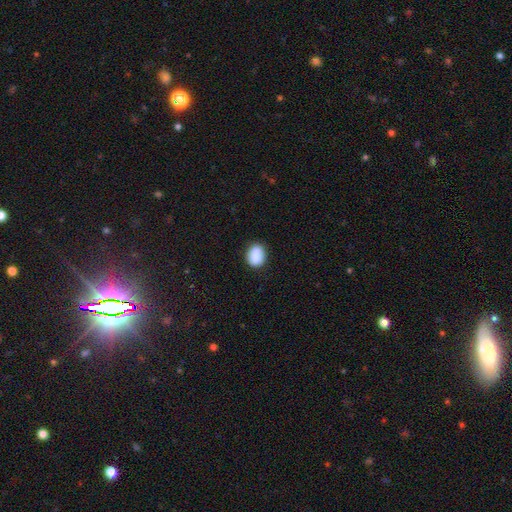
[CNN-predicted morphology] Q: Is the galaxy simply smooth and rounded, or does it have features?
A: smooth — 86%.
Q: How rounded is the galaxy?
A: in between — 58%.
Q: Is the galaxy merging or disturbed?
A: none — 80%.